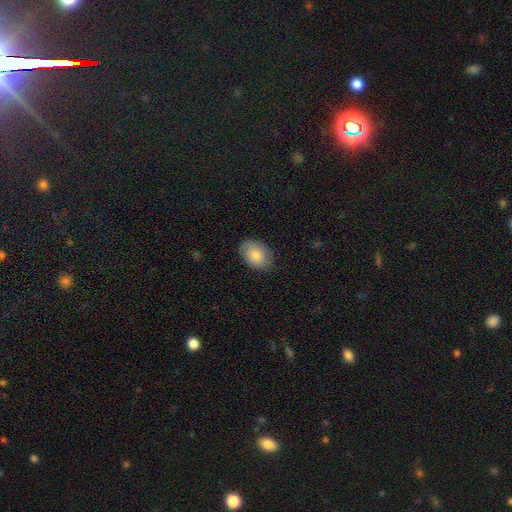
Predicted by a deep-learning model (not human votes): smooth 84%, featured or disk 10%, star or artifact 6%. Down the decision tree: how rounded — in between (81%); merging — none (80%).